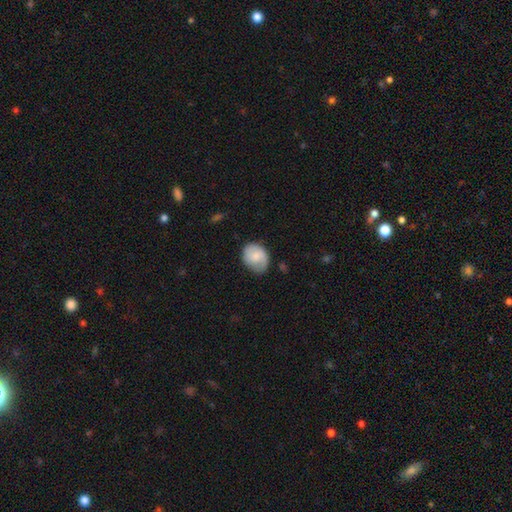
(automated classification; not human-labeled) Morphology: type=smooth (69%); roundness=in between (57%); merging=none (62%).